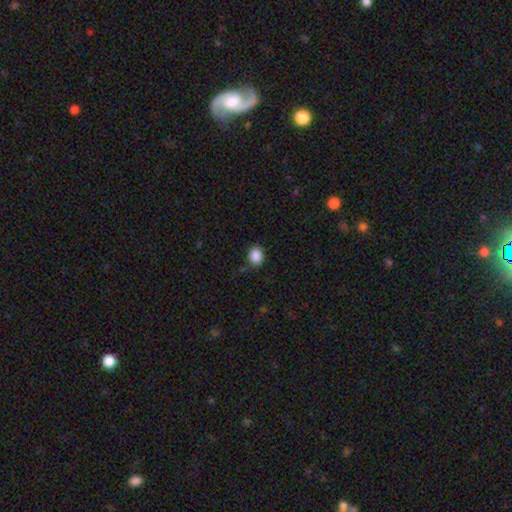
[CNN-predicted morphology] A smooth galaxy with no disk features (88%) that is round (63%).

Vote fractions:
- Smooth or featured? smooth: 88% / star or artifact: 9% / featured or disk: 3%
- How rounded? round: 63% / in between: 36% / cigar-shaped: 1%
- Merging? none: 82% / minor disturbance: 13% / major disturbance: 3% / merger: 2%